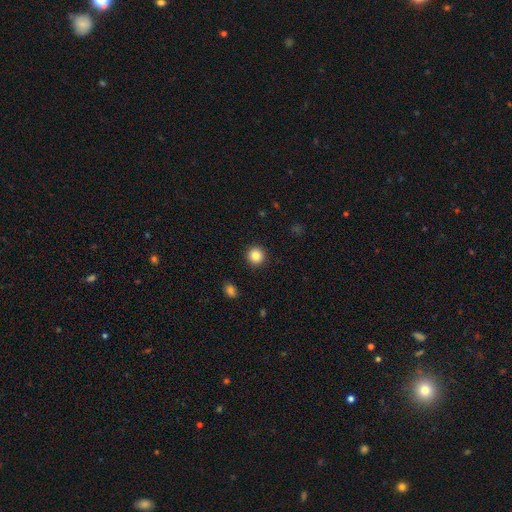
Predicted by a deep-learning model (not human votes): A smooth galaxy with no disk features (84%) that is round (95%). Merging: none (93%).